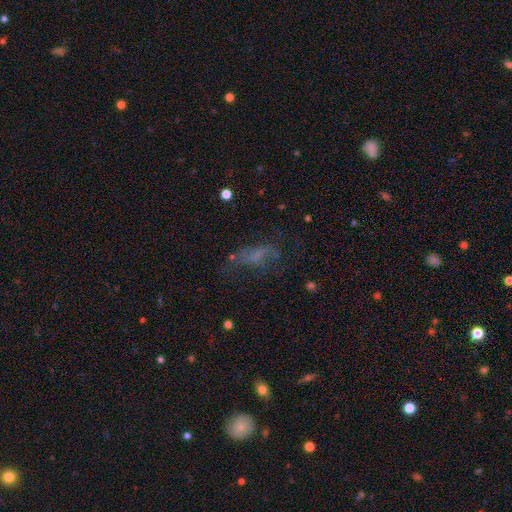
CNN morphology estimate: Smooth or featured? Predicted: smooth (p=0.44). Merging? Predicted: none (p=0.39).